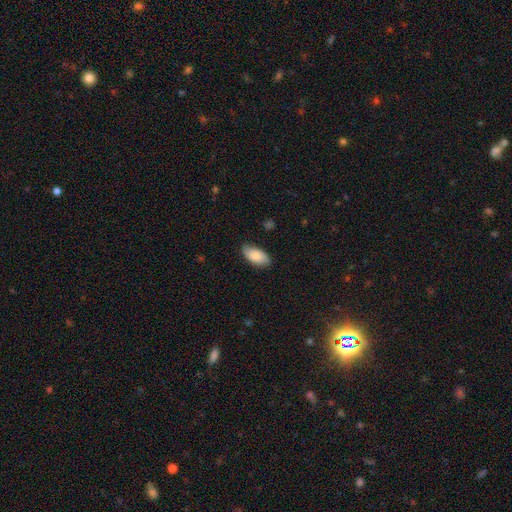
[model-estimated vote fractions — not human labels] smooth-or-featured: smooth: 83% | featured or disk: 11% | star or artifact: 6%
  how-rounded: in between: 94% | cigar-shaped: 4% | round: 2%
  merging: none: 81% | minor disturbance: 16% | major disturbance: 3% | merger: 1%